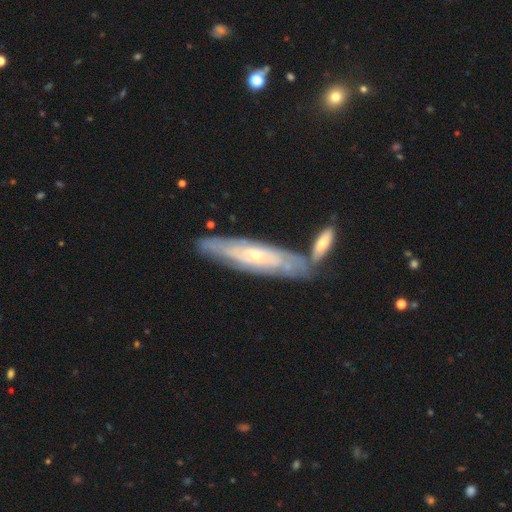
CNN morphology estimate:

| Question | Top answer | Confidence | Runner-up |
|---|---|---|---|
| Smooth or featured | featured or disk | 76% | smooth (19%) |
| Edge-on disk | no | 67% | yes (33%) |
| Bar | no | 73% | weak (22%) |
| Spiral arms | yes | 83% | no (17%) |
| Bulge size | small | 74% | moderate (22%) |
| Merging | none | 66% | merger (17%) |